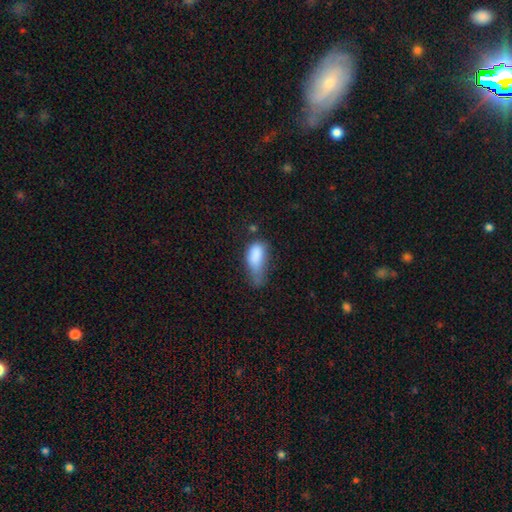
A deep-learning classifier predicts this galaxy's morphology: type=smooth (79%); roundness=in between (86%); merging=major disturbance (41%).